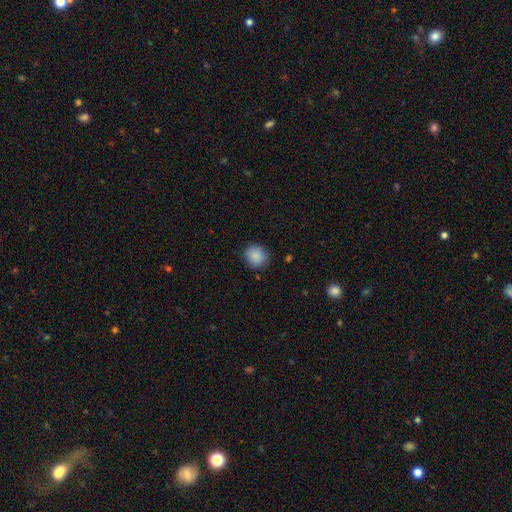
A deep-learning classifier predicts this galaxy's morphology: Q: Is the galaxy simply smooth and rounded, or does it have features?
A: smooth — 88%.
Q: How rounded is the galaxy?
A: round — 85%.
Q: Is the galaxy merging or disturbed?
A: none — 83%.